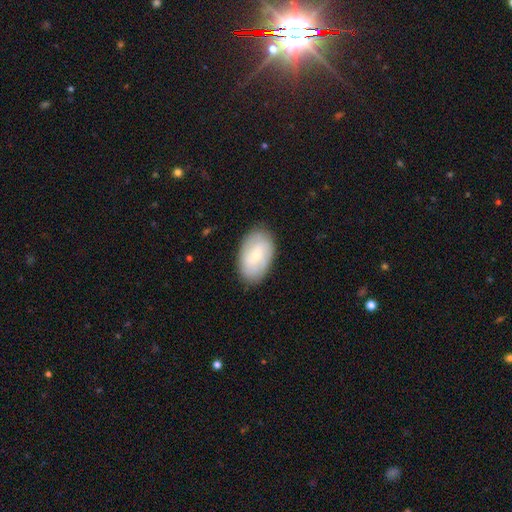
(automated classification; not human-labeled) Smooth or featured: featured or disk — 47% (tied with smooth — 47%)
Merging: none — 83% (minor disturbance — 13%)